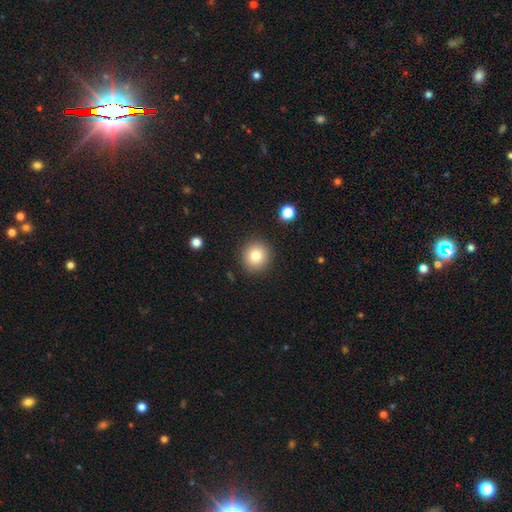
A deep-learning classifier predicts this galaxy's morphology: This appears to be a smooth galaxy with no disk features (80%) that is round (93%). Merging: none (90%).